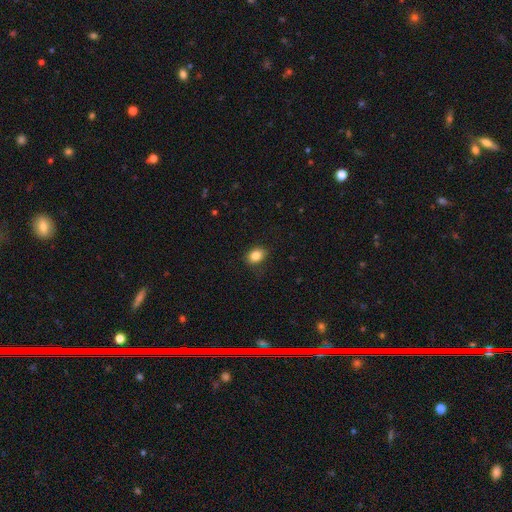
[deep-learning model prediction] A smooth galaxy with no disk features (84%) that is in between round and cigar-shaped (65%).

Vote fractions:
- Smooth or featured? smooth: 84% / star or artifact: 10% / featured or disk: 6%
- How rounded? in between: 65% / round: 34% / cigar-shaped: 1%
- Merging? none: 81% / minor disturbance: 15% / major disturbance: 3% / merger: 1%